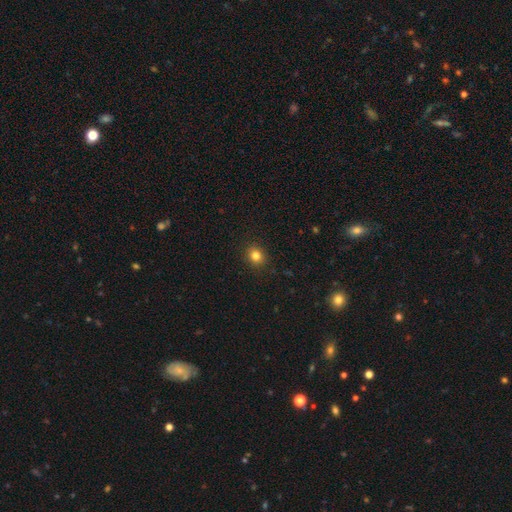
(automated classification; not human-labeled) smooth_or_featured: smooth (p=0.82) [alt: star or artifact p=0.12]
how_rounded: round (p=0.75) [alt: in between p=0.24]
merging: none (p=0.90) [alt: minor disturbance p=0.07]